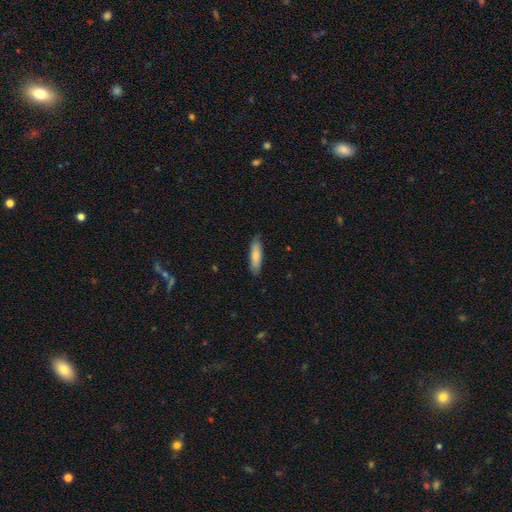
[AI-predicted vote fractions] Smooth or featured?
  - smooth: 78% *
  - featured or disk: 16%
  - star or artifact: 6%
How rounded?
  - cigar-shaped: 68% *
  - in between: 31%
  - round: 1%
Merging?
  - none: 84% *
  - minor disturbance: 13%
  - major disturbance: 2%
  - merger: 1%